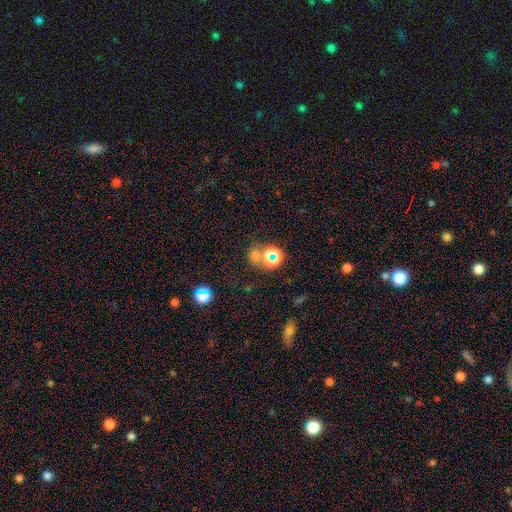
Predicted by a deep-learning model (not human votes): A smooth galaxy with no disk features (49%).

Vote fractions:
- Smooth or featured? smooth: 49% / star or artifact: 42% / featured or disk: 8%
- Merging? none: 61% / merger: 22% / minor disturbance: 10% / major disturbance: 6%